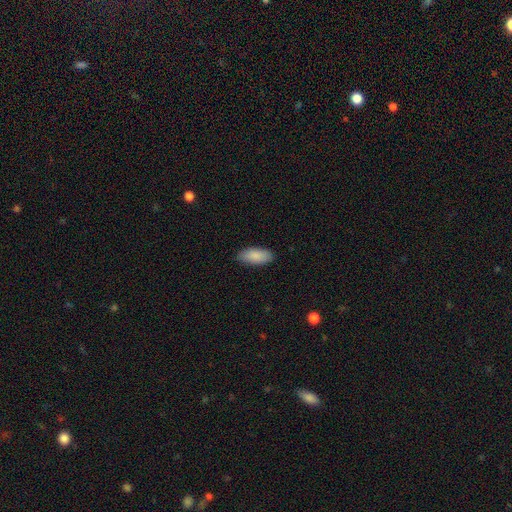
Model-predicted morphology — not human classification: The model was most divided on "merging": none: 87%, minor disturbance: 10%, major disturbance: 2%, merger: 1%. More confident: smooth or featured — smooth (88%); how rounded — in between (88%).